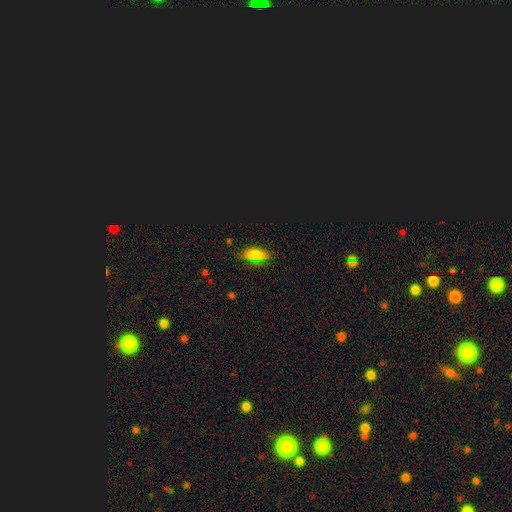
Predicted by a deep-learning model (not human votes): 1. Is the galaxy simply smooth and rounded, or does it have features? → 68% smooth, 22% star or artifact, 9% featured or disk.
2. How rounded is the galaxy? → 84% in between, 10% cigar-shaped, 6% round.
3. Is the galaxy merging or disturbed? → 79% none, 15% minor disturbance, 4% major disturbance, 2% merger.